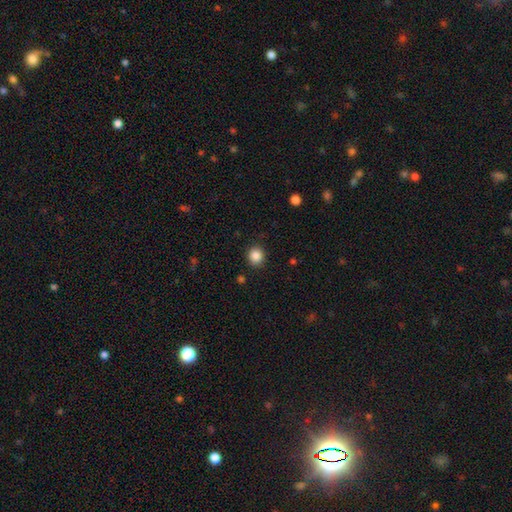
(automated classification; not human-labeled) The model was most divided on "how rounded": round: 85%, in between: 14%, cigar-shaped: 1%. More confident: merging — none (90%); smooth or featured — smooth (86%).